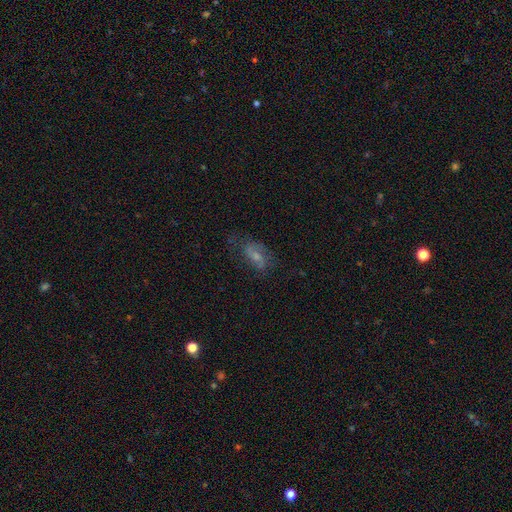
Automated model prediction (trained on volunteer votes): Smooth or featured? featured or disk (52%)
Edge-on disk? no (93%)
Merging? none (61%)